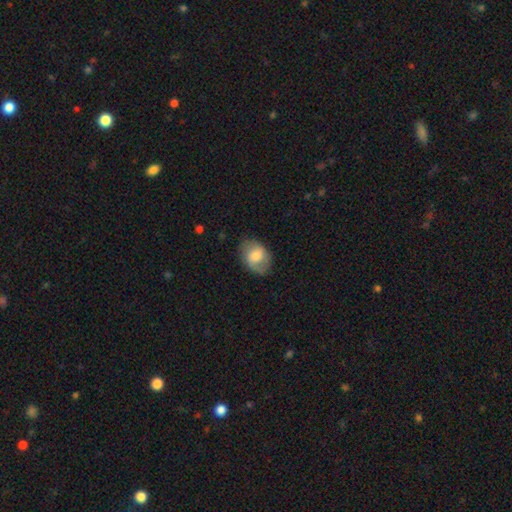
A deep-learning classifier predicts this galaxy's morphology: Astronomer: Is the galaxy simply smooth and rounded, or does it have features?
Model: smooth — 60%.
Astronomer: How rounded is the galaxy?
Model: in between — 71%.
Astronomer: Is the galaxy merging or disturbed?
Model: none — 76%.